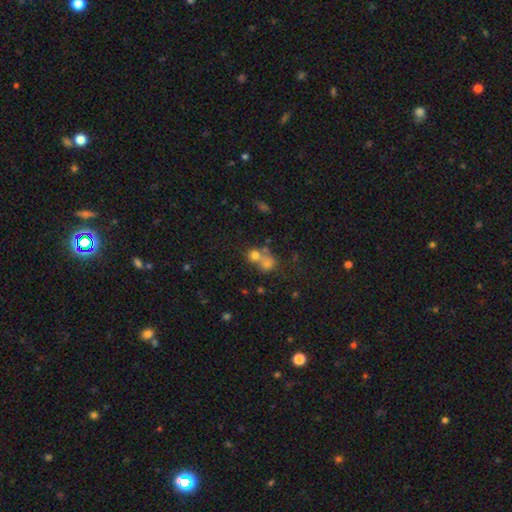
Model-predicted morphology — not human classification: This appears to be a smooth galaxy with no disk features (68%) that is round (77%). Merging: merger (57%).